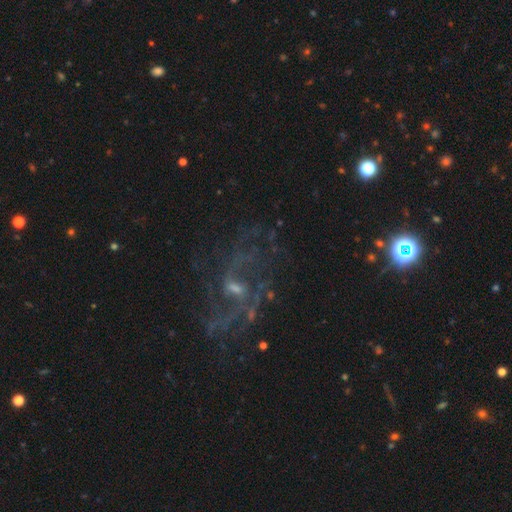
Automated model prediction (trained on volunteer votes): A featured or disk galaxy (77%) with a weak bar (45%, tied with no), 2 (44%) loose (46%) spiral arms (86%) and a small central bulge (57%). Merging: none (63%).